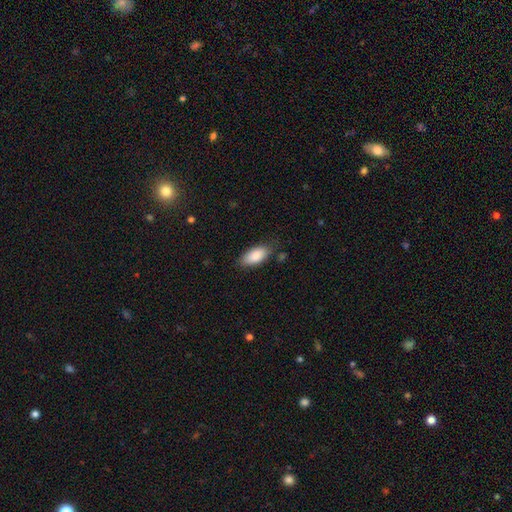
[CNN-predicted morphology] A smooth galaxy with no disk features (87%) that is in between round and cigar-shaped (89%). Merging: none (75%).